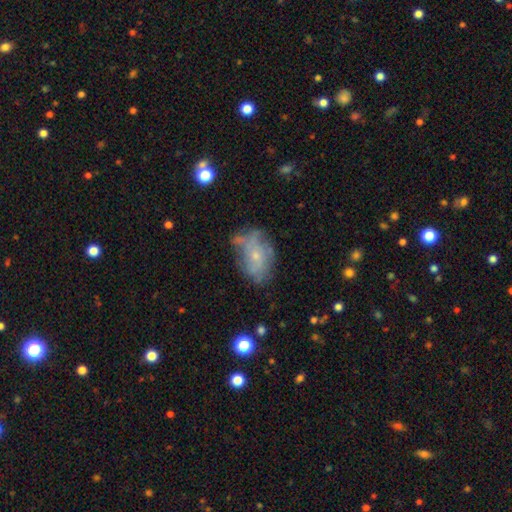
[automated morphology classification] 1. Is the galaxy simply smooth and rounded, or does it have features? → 50% featured or disk, 40% smooth, 10% star or artifact.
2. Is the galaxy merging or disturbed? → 46% none, 30% minor disturbance, 18% major disturbance, 6% merger.